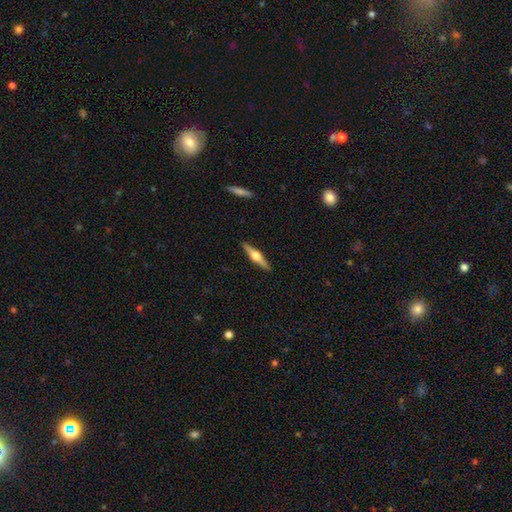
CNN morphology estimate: type=featured or disk (71%); edge-on=yes (98%); edge-on bulge=rounded (95%); merging=none (91%).